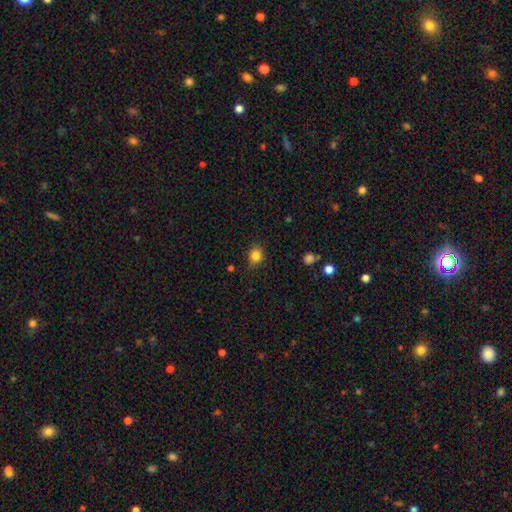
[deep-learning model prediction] Smooth or featured?
  - smooth: 83% *
  - star or artifact: 11%
  - featured or disk: 5%
How rounded?
  - round: 72% *
  - in between: 27%
  - cigar-shaped: 1%
Merging?
  - none: 79% *
  - minor disturbance: 17%
  - major disturbance: 3%
  - merger: 1%